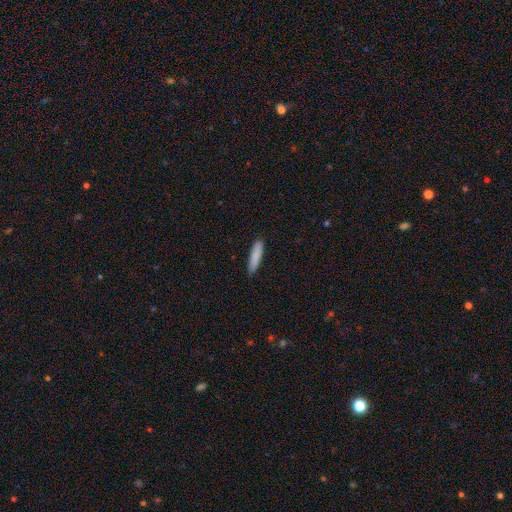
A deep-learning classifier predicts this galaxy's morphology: A smooth galaxy with no disk features (86%) that is cigar-shaped (81%). Merging: none (85%).